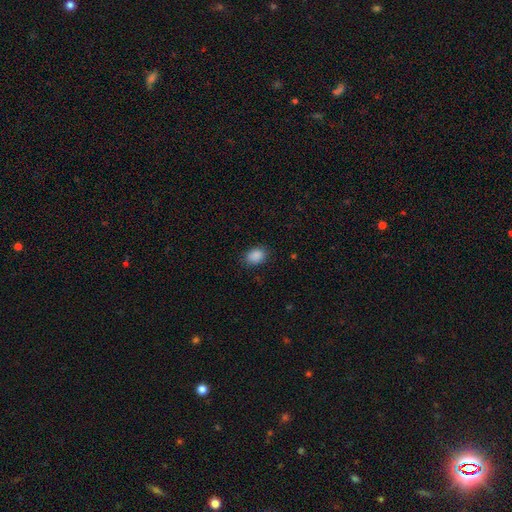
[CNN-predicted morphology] Overall: smooth (89%). How rounded: in between (72%). Merging: none (84%).